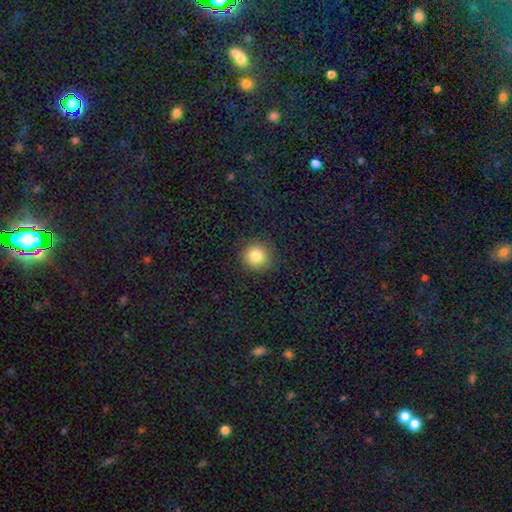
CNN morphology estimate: Overall: smooth (83%). How rounded: round (93%). Merging: none (91%).